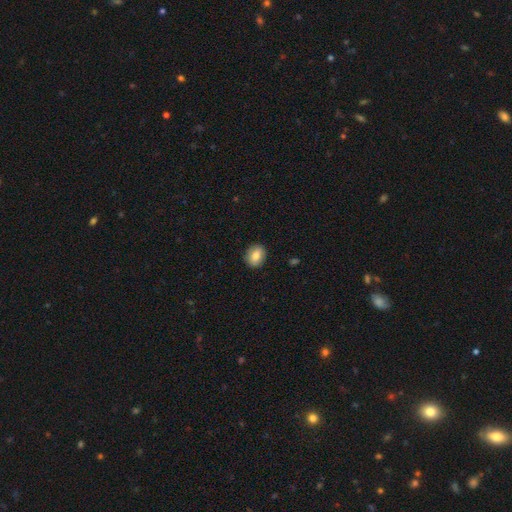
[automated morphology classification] Smooth or featured? Predicted: smooth (p=0.79). How rounded? Predicted: round (p=0.53). Merging? Predicted: none (p=0.89).